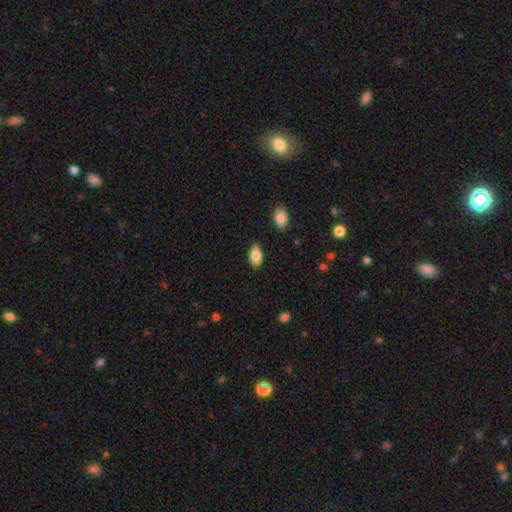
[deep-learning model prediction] Smooth or featured? smooth (83%)
How rounded? in between (92%)
Merging? none (86%)